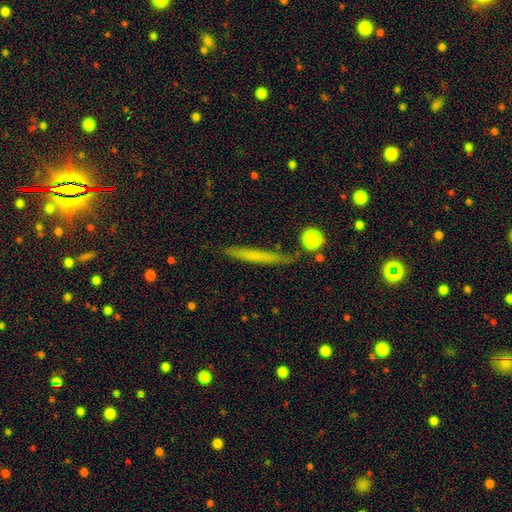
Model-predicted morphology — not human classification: Smooth or featured: smooth — 55% (featured or disk — 36%)
How rounded: cigar-shaped — 93% (in between — 4%)
Merging: none — 78% (minor disturbance — 15%)